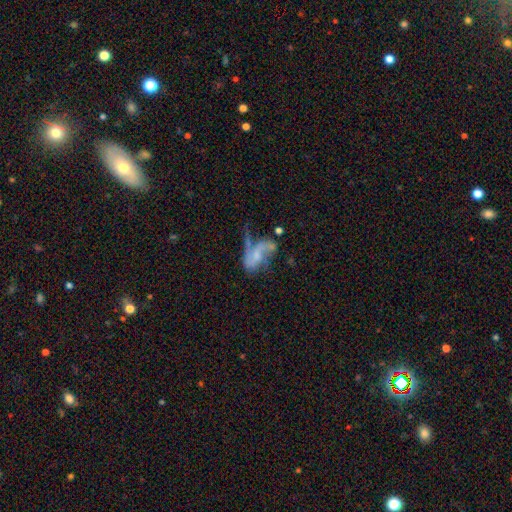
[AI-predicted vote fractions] Smooth or featured?
  - featured or disk: 69% *
  - smooth: 22%
  - star or artifact: 9%
Edge-on disk?
  - no: 96% *
  - yes: 4%
Bar?
  - no: 55% *
  - weak: 35%
  - strong: 11%
Spiral arms?
  - yes: 79% *
  - no: 21%
Spiral winding?
  - loose: 63% *
  - medium: 29%
  - tight: 9%
Spiral arm count?
  - 2: 68% *
  - 1: 14%
  - can't tell: 10%
  - 3: 5%
  - 4: 2%
  - more than 4: 2%
Bulge size?
  - small: 46% *
  - none: 27%
  - moderate: 22%
  - large: 3%
  - dominant: 1%
Merging?
  - major disturbance: 42% *
  - none: 25%
  - minor disturbance: 21%
  - merger: 12%